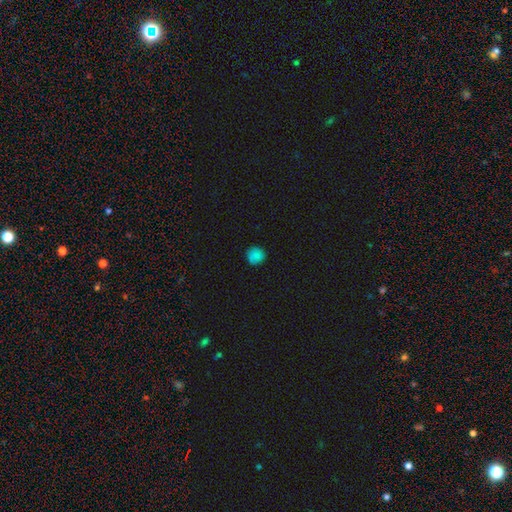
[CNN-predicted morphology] This is clearly a smooth galaxy (81%). How rounded: clearly round (91%). Merging: clearly none (81%).